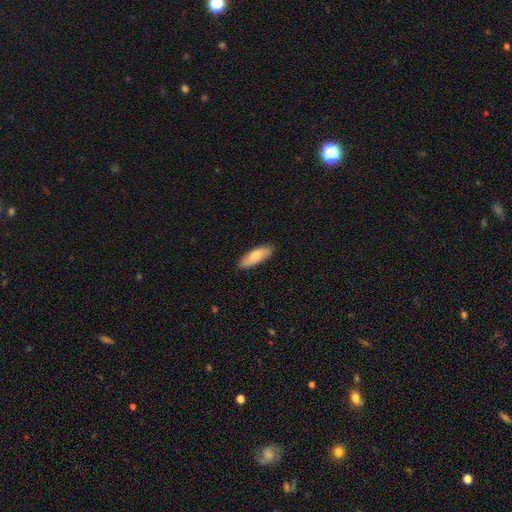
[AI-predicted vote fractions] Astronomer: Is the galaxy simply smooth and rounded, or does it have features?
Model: smooth — 79%.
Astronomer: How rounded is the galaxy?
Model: in between — 60% (runner-up: cigar-shaped, 38%).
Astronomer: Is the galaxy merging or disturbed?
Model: none — 88%.